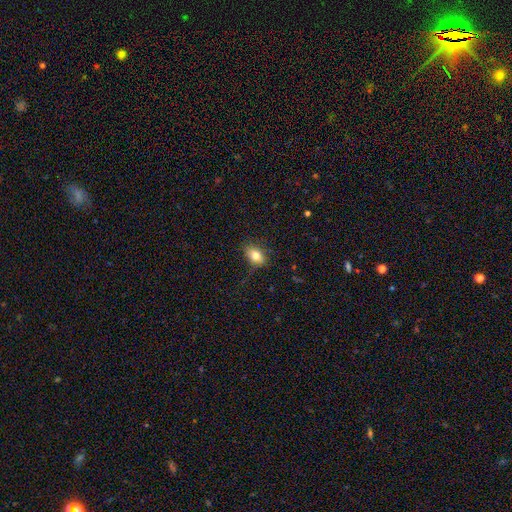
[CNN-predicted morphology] smooth_or_featured: smooth (p=0.80) [alt: featured or disk p=0.10]
how_rounded: in between (p=0.81) [alt: round p=0.17]
merging: none (p=0.79) [alt: minor disturbance p=0.16]